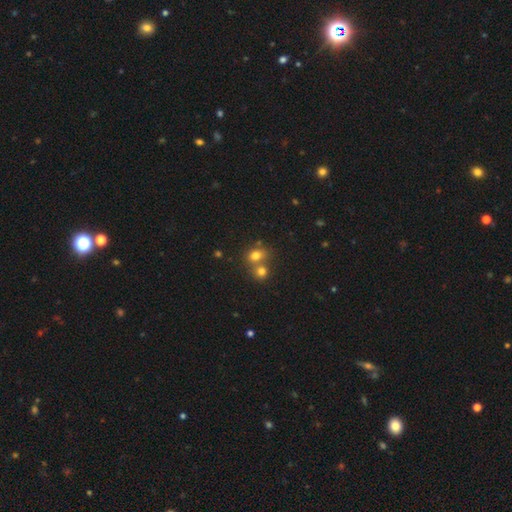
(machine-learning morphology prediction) This is likely a smooth galaxy (75%). How rounded: possibly round (59%). Merging: possibly merger (48%).